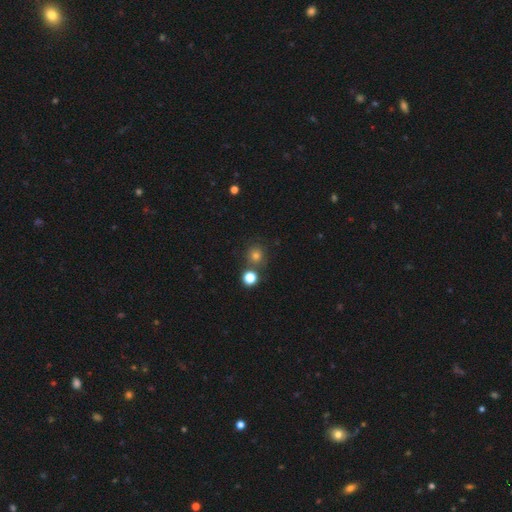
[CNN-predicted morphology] type=smooth (73%); roundness=round (90%); merging=none (75%).